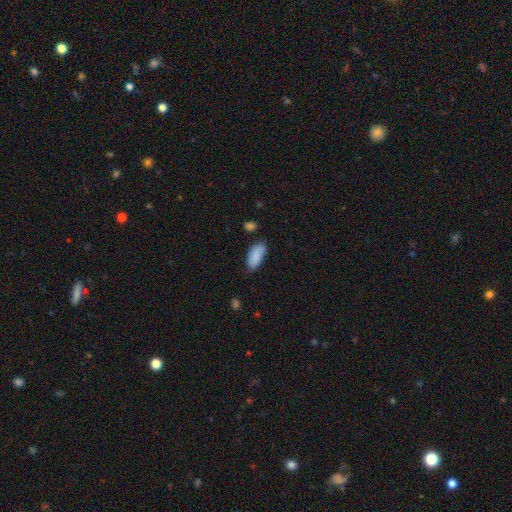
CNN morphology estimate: A smooth galaxy with no disk features (87%) that is in between round and cigar-shaped (90%).

Vote fractions:
- Smooth or featured? smooth: 87% / star or artifact: 6% / featured or disk: 6%
- How rounded? in between: 90% / cigar-shaped: 8% / round: 2%
- Merging? none: 69% / minor disturbance: 23% / major disturbance: 4% / merger: 3%